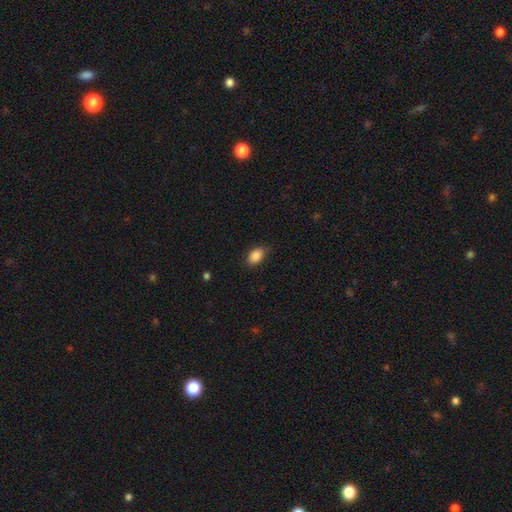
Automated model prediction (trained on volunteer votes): The model was most divided on "merging": none: 74%, minor disturbance: 21%, major disturbance: 4%, merger: 1%. More confident: smooth or featured — smooth (87%); how rounded — in between (86%).